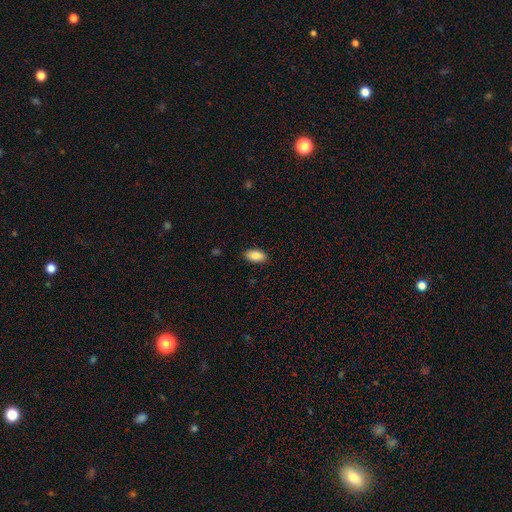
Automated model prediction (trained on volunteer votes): A smooth galaxy with no disk features (85%) that is in between round and cigar-shaped (93%). Merging: none (88%).